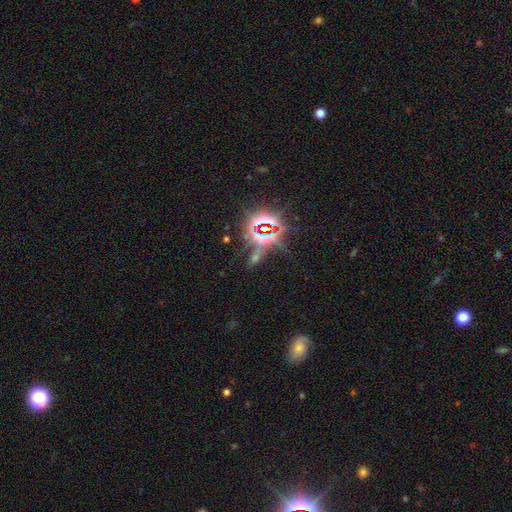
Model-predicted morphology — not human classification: This appears to be a star or artifact, not a galaxy (76%).